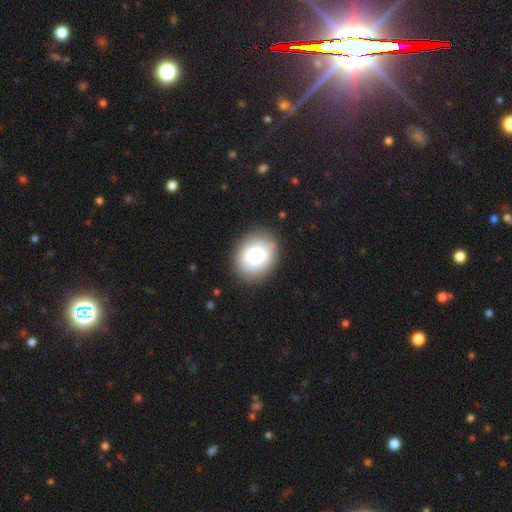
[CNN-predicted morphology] A smooth galaxy with no disk features (80%) that is round (53%). Merging: none (87%).